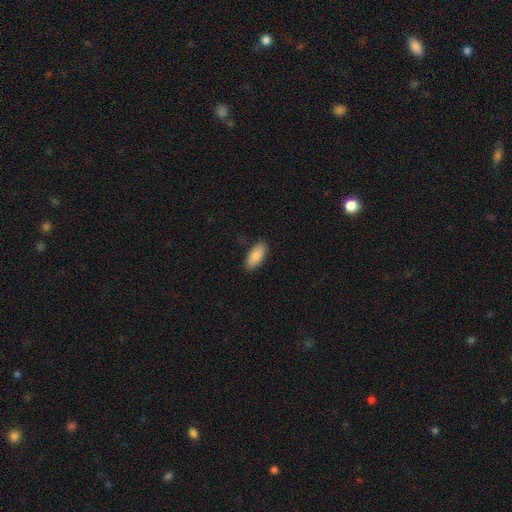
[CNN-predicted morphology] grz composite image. It shows a smooth galaxy with no disk features (89%) that is in between round and cigar-shaped (87%). Merging: none (87%).